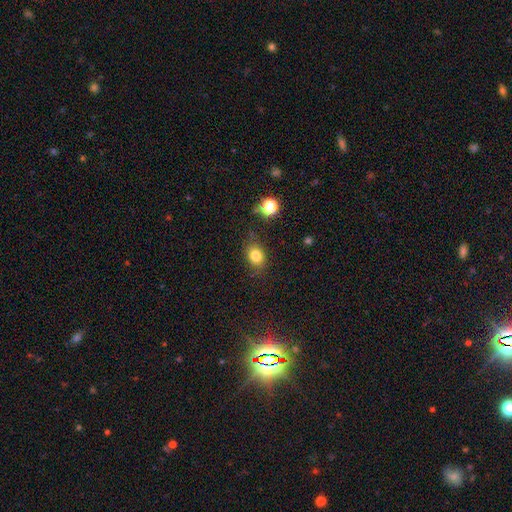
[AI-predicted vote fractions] A smooth galaxy with no disk features (80%) that is in between round and cigar-shaped (54%). Merging: none (79%).